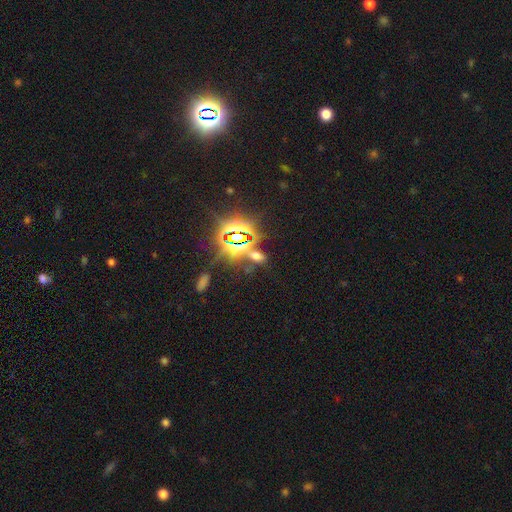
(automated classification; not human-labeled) Smooth or featured: star or artifact — 76% (smooth — 16%)